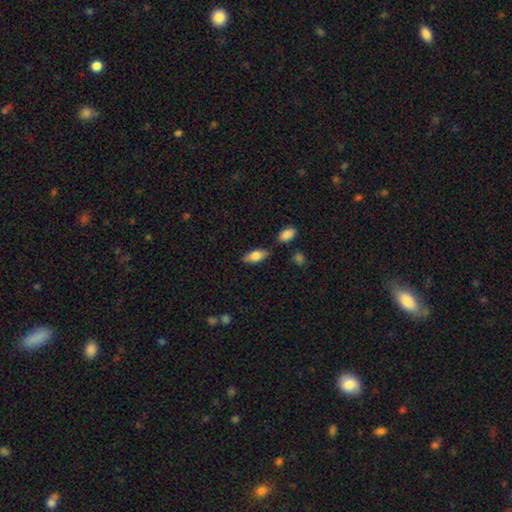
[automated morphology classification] Q: Smooth or featured?
A: smooth (73%); runner-up: featured or disk (20%)
Q: How rounded?
A: in between (82%); runner-up: cigar-shaped (15%)
Q: Merging?
A: none (79%); runner-up: minor disturbance (13%)